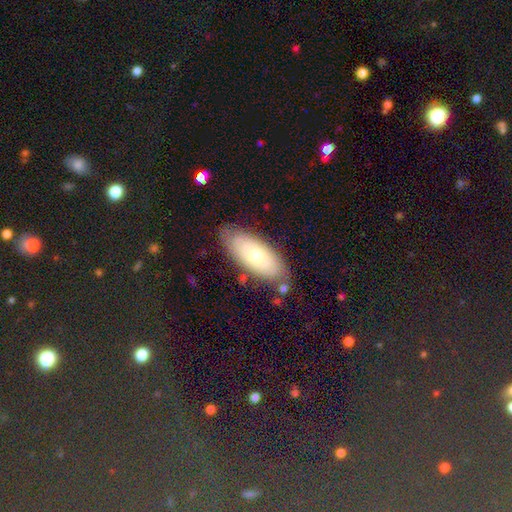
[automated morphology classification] Q: Smooth or featured?
A: smooth (55%); runner-up: featured or disk (39%)
Q: How rounded?
A: in between (84%); runner-up: cigar-shaped (13%)
Q: Merging?
A: none (76%); runner-up: minor disturbance (17%)